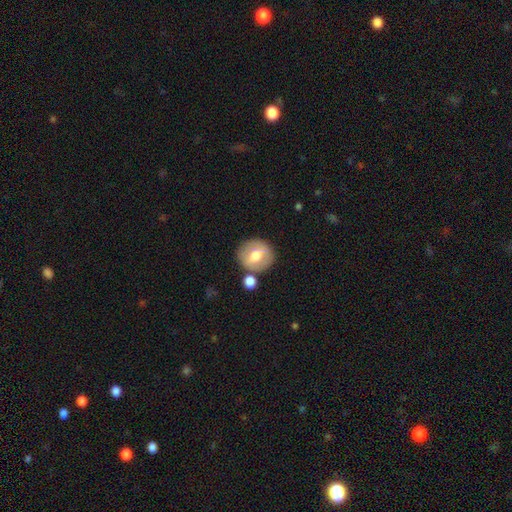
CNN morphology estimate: type=smooth (56%); roundness=round (82%); merging=none (74%).